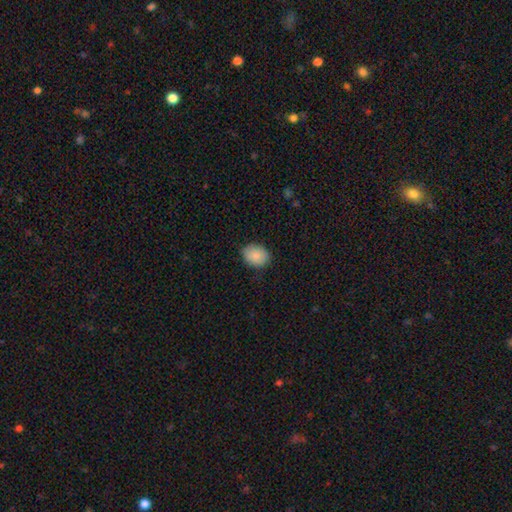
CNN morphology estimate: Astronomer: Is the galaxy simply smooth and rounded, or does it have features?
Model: smooth — 88%.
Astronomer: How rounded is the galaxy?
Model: in between — 61% (runner-up: round, 38%).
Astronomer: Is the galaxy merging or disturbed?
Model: none — 83%.